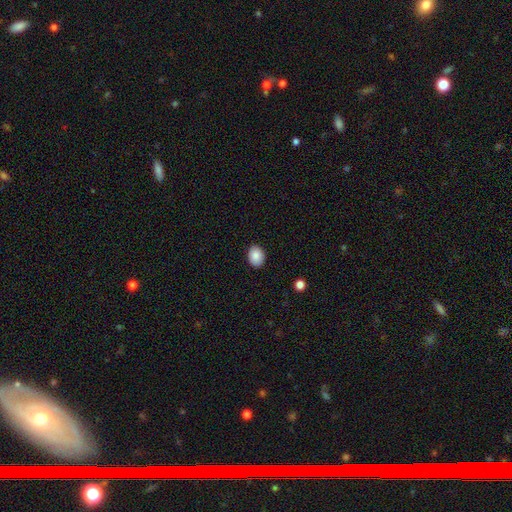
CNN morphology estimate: A smooth galaxy with no disk features (88%) that is in between round and cigar-shaped (66%).

Vote fractions:
- Smooth or featured? smooth: 88% / star or artifact: 8% / featured or disk: 5%
- How rounded? in between: 66% / round: 33% / cigar-shaped: 1%
- Merging? none: 89% / minor disturbance: 8% / major disturbance: 2% / merger: 1%